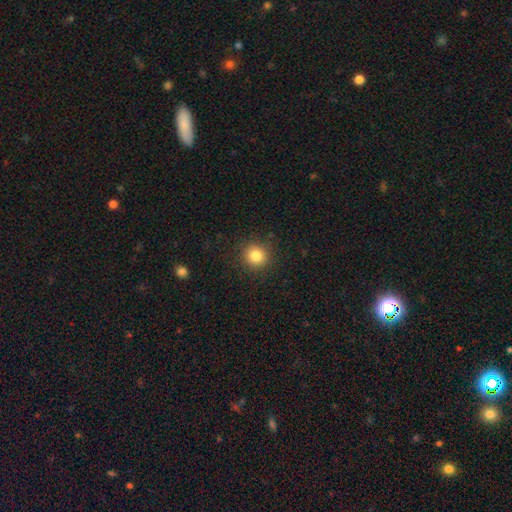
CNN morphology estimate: Smooth or featured?
  - smooth: 83% *
  - star or artifact: 12%
  - featured or disk: 5%
How rounded?
  - round: 92% *
  - in between: 7%
  - cigar-shaped: 1%
Merging?
  - none: 90% *
  - minor disturbance: 6%
  - major disturbance: 2%
  - merger: 1%